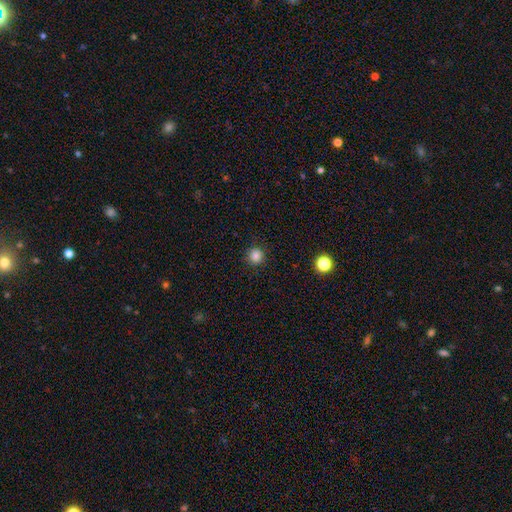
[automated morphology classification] Overall: smooth (84%). How rounded: round (93%). Merging: none (91%).